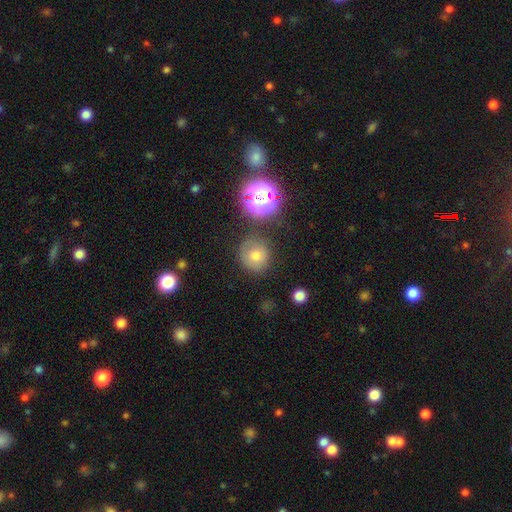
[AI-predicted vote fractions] A smooth galaxy with no disk features (67%) that is round (90%).

Vote fractions:
- Smooth or featured? smooth: 67% / star or artifact: 20% / featured or disk: 13%
- How rounded? round: 90% / in between: 9% / cigar-shaped: 1%
- Merging? none: 78% / minor disturbance: 13% / major disturbance: 5% / merger: 4%